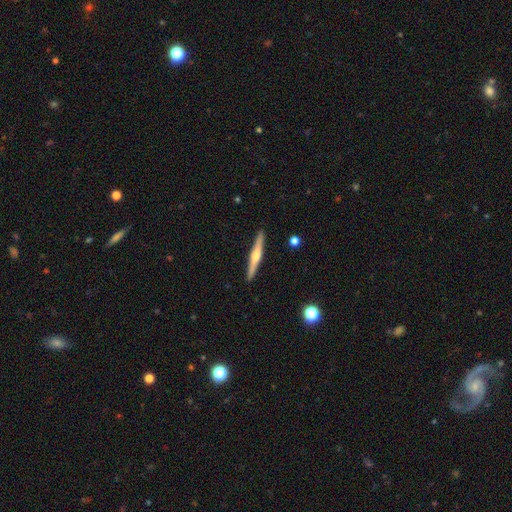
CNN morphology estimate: Smooth or featured: featured or disk — 68% (smooth — 27%)
Edge-on disk: yes — 98% (no — 2%)
Edge-on bulge: rounded — 85% (boxy — 7%)
Merging: none — 92% (minor disturbance — 6%)